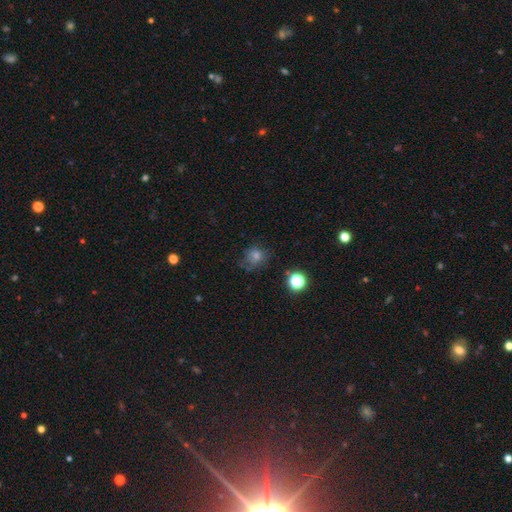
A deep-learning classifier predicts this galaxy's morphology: Smooth or featured? Predicted: smooth (p=0.57). How rounded? Predicted: round (p=0.74). Merging? Predicted: none (p=0.63).